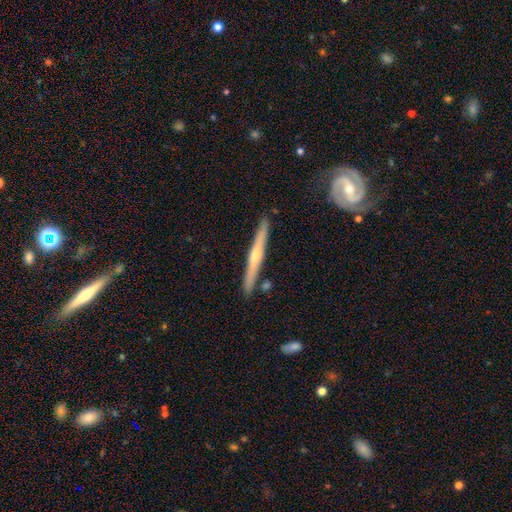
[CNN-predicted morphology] A featured or disk galaxy (73%) viewed edge-on (97%) with a rounded central bulge (79%). Merging: none (89%).